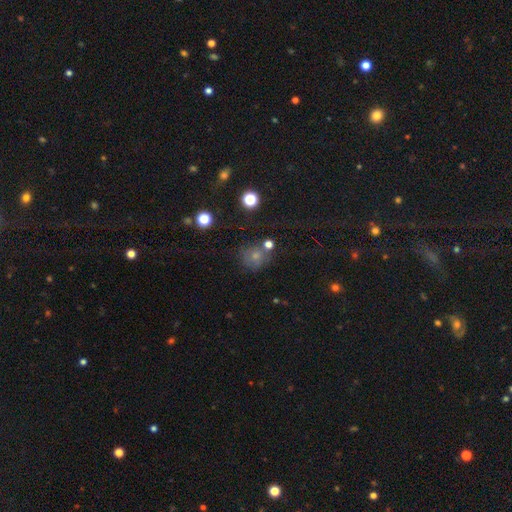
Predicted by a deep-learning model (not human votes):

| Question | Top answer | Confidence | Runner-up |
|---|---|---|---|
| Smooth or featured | smooth | 66% | star or artifact (21%) |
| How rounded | round | 84% | in between (15%) |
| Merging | none | 62% | minor disturbance (18%) |